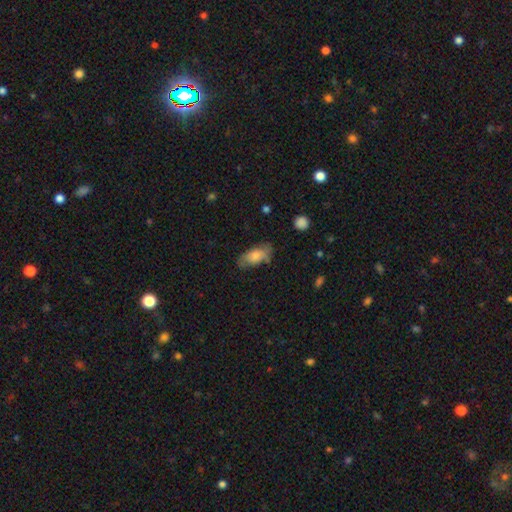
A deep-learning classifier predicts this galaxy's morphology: Smooth or featured: smooth — 74% (featured or disk — 19%)
How rounded: in between — 87% (cigar-shaped — 10%)
Merging: none — 66% (minor disturbance — 24%)